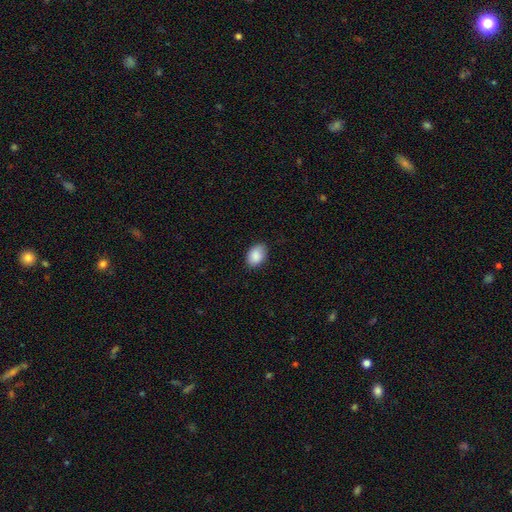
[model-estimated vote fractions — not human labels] A smooth galaxy with no disk features (89%) that is in between round and cigar-shaped (85%).

Vote fractions:
- Smooth or featured? smooth: 89% / star or artifact: 7% / featured or disk: 4%
- How rounded? in between: 85% / round: 14% / cigar-shaped: 1%
- Merging? none: 84% / minor disturbance: 13% / major disturbance: 2% / merger: 1%